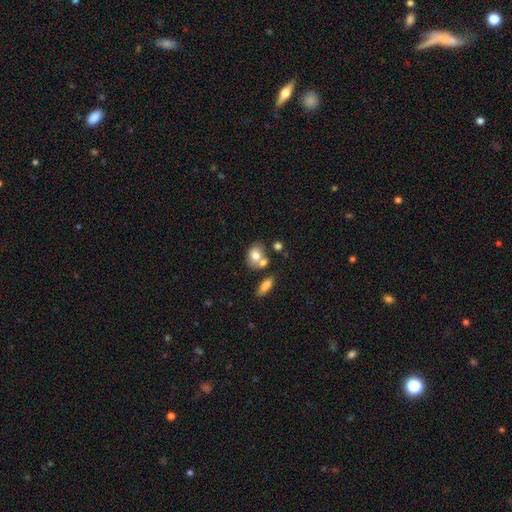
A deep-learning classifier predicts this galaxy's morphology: Smooth or featured?
  - smooth: 75% *
  - featured or disk: 16%
  - star or artifact: 9%
How rounded?
  - in between: 65% *
  - round: 33%
  - cigar-shaped: 2%
Merging?
  - none: 45% *
  - merger: 37%
  - minor disturbance: 13%
  - major disturbance: 5%